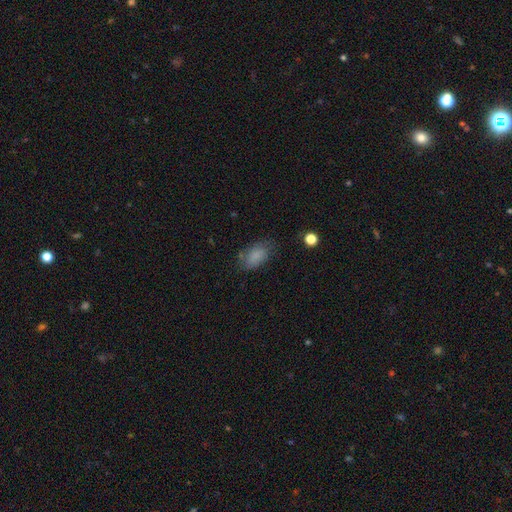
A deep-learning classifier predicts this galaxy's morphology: Q: Smooth or featured?
A: smooth (82%); runner-up: star or artifact (9%)
Q: How rounded?
A: in between (91%); runner-up: round (7%)
Q: Merging?
A: none (67%); runner-up: minor disturbance (23%)